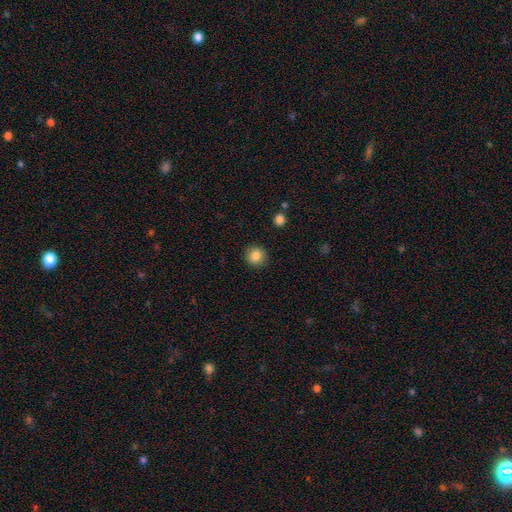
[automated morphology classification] smooth_or_featured: smooth (p=0.85) [alt: star or artifact p=0.09]
how_rounded: round (p=0.91) [alt: in between p=0.08]
merging: none (p=0.90) [alt: minor disturbance p=0.06]